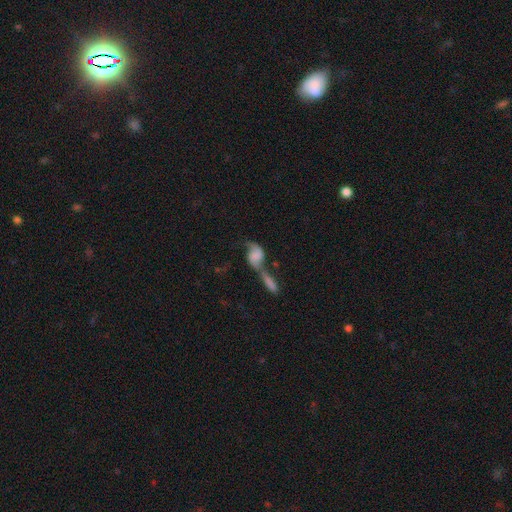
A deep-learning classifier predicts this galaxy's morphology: type=featured or disk (53%); edge-on=no (92%); merging=merger (66%).